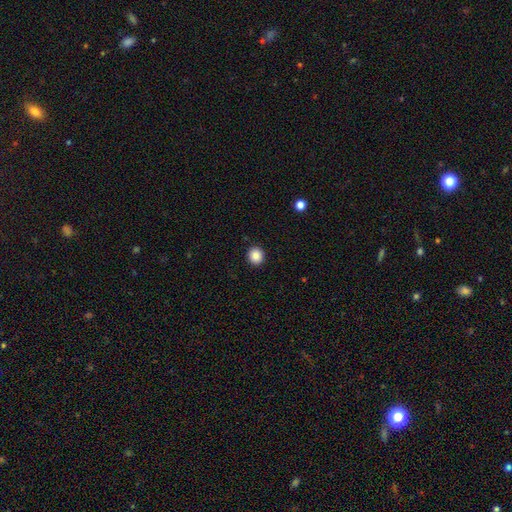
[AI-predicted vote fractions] smooth 86%, star or artifact 10%, featured or disk 4%. Down the decision tree: how rounded — round (91%); merging — none (93%).